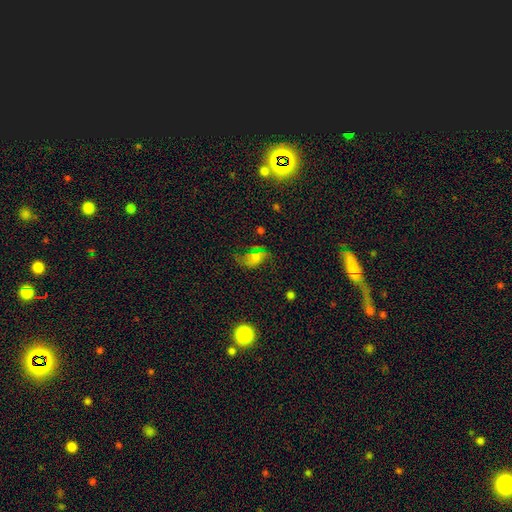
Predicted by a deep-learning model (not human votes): A smooth galaxy with no disk features (44%). Merging: none (41%).